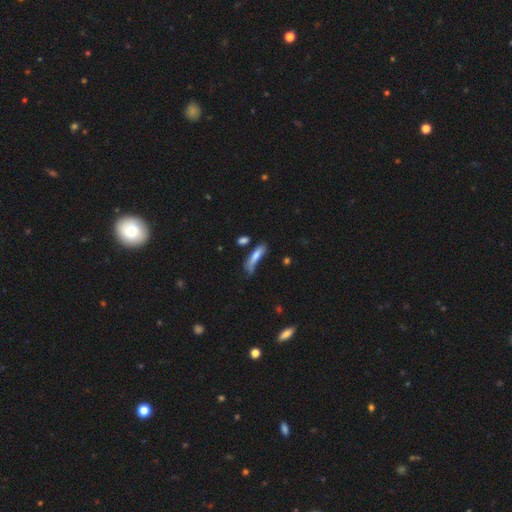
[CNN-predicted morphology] The model was most divided on "merging": none: 43%, minor disturbance: 30%, major disturbance: 18%, merger: 9%. More confident: smooth or featured — smooth (74%); how rounded — cigar-shaped (72%).